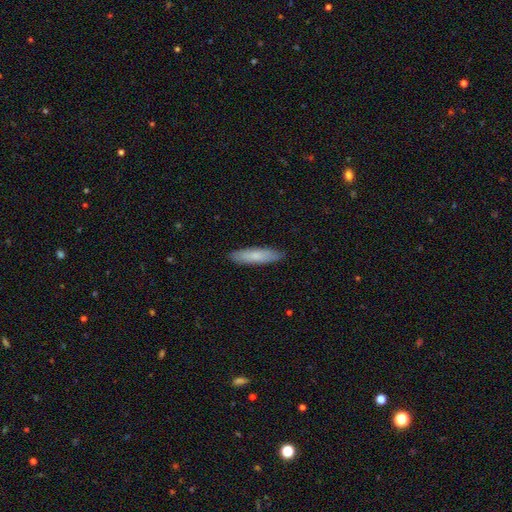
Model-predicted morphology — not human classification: smooth 77%, featured or disk 18%, star or artifact 5%. Down the decision tree: how rounded — cigar-shaped (76%); merging — none (90%).